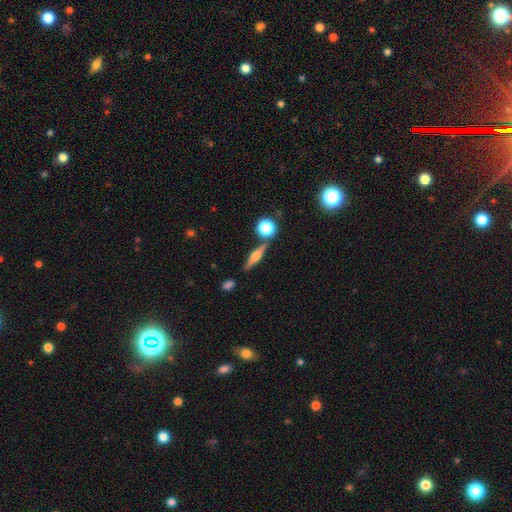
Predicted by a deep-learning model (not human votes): Morphology: type=featured or disk (62%); edge-on=yes (95%); edge-on bulge=rounded (91%); merging=none (80%).